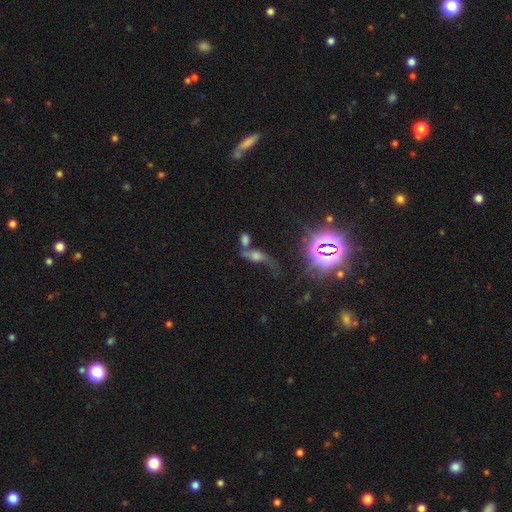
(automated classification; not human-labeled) featured or disk 41%, star or artifact 30%, smooth 29%. Down the decision tree: merging — merger (46%).